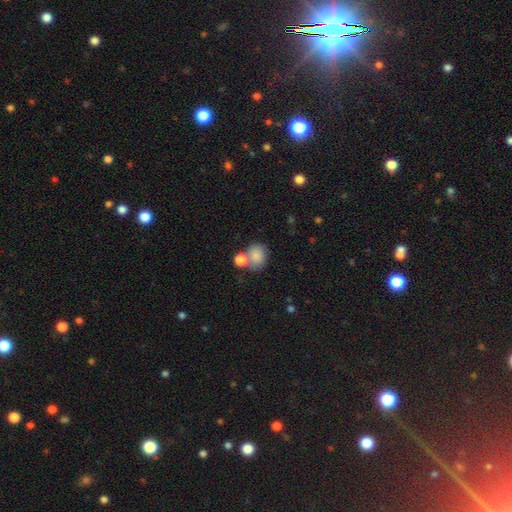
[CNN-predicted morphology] smooth-or-featured: smooth: 84% | star or artifact: 9% | featured or disk: 8%
  how-rounded: round: 63% | in between: 36% | cigar-shaped: 1%
  merging: none: 50% | merger: 32% | minor disturbance: 13% | major disturbance: 5%